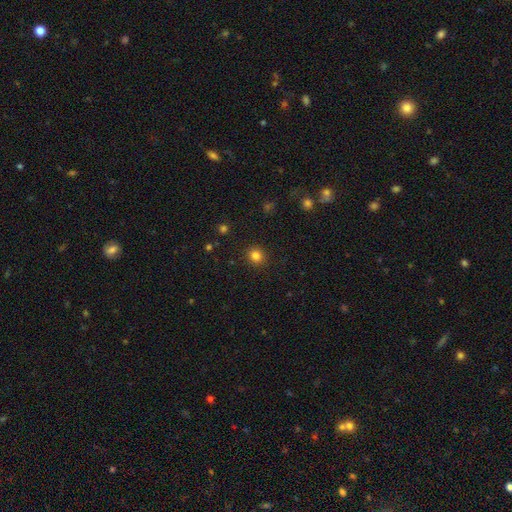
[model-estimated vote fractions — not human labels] Morphology: type=smooth (83%); roundness=round (86%); merging=none (90%).